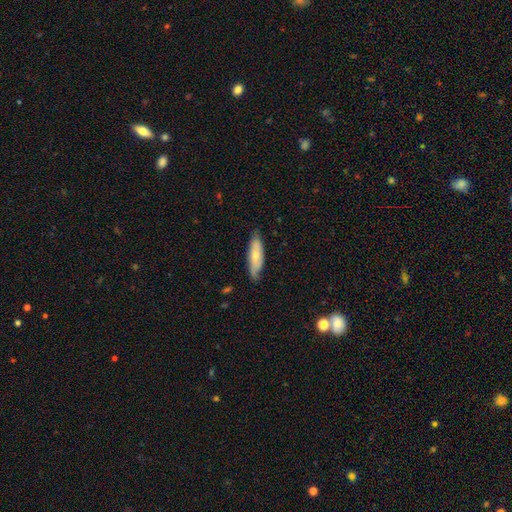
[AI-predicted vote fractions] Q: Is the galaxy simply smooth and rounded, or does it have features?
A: smooth — 59%.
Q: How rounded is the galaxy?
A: cigar-shaped — 51%.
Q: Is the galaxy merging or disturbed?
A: none — 73%.